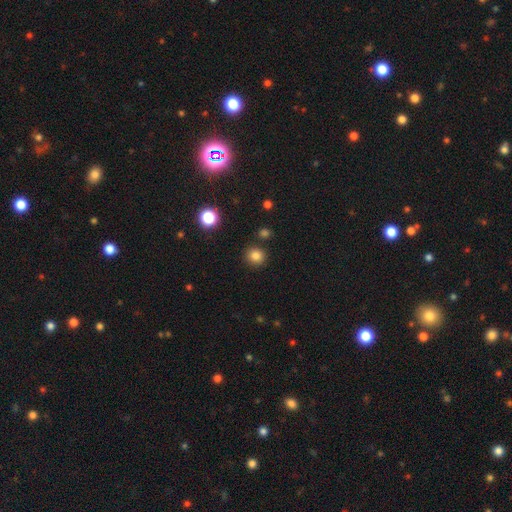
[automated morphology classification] This is clearly a smooth galaxy (83%). How rounded: clearly round (91%). Merging: clearly none (88%).